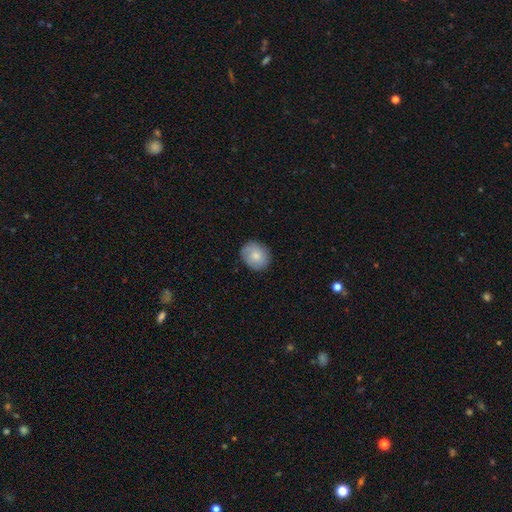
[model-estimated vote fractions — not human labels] Morphology: type=smooth (77%); roundness=round (67%); merging=none (82%).